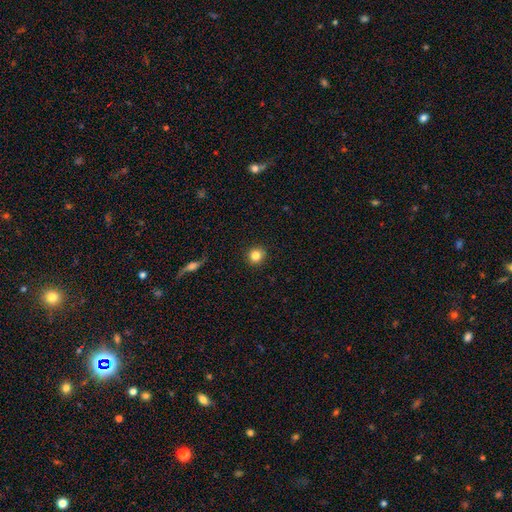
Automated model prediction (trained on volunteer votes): Overall: smooth (83%). How rounded: round (93%). Merging: none (92%).